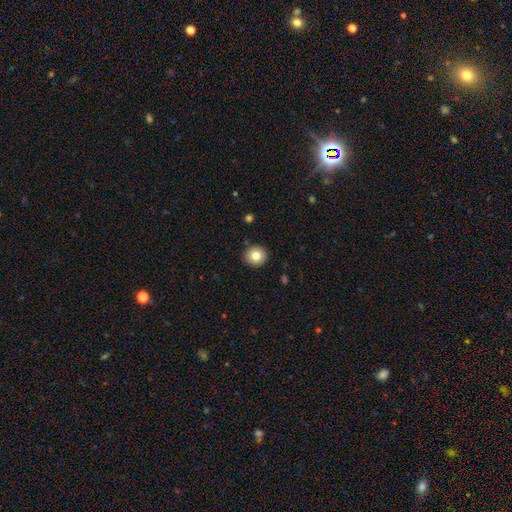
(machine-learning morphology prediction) smooth-or-featured: smooth: 80% | featured or disk: 10% | star or artifact: 10%
  how-rounded: round: 89% | in between: 10% | cigar-shaped: 1%
  merging: none: 91% | minor disturbance: 6% | major disturbance: 2% | merger: 1%